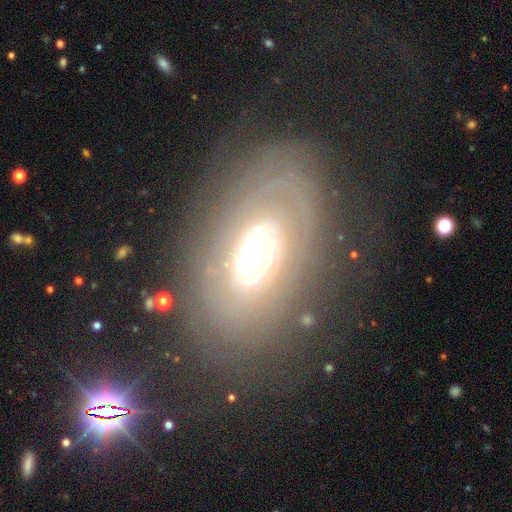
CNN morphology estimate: Overall: featured or disk (71%). Edge-on disk: no (92%). Bar: no (79%). Spiral arms: yes (60%; no 40%). Bulge size: moderate (52%; large 33%). Merging: none (74%).